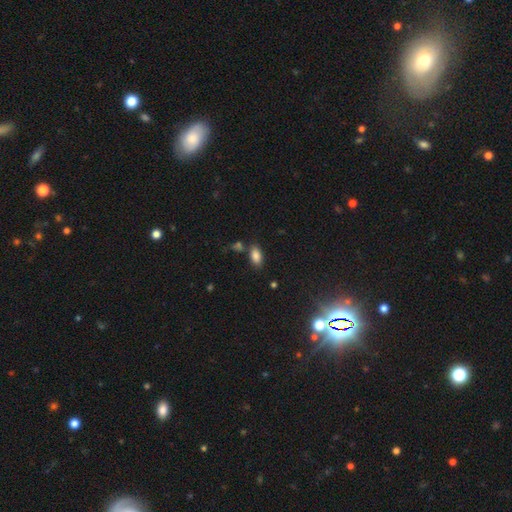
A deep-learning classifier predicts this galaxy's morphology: A smooth galaxy with no disk features (84%) that is in between round and cigar-shaped (91%). Merging: none (75%).